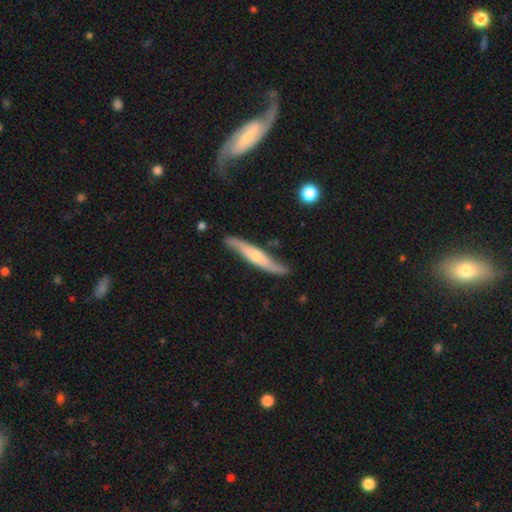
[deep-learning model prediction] A featured or disk galaxy (65%) viewed edge-on (62%).

Vote fractions:
- Smooth or featured? featured or disk: 65% / smooth: 30% / star or artifact: 5%
- Edge-on disk? yes: 62% / no: 38%
- Merging? none: 77% / minor disturbance: 17% / major disturbance: 4% / merger: 2%